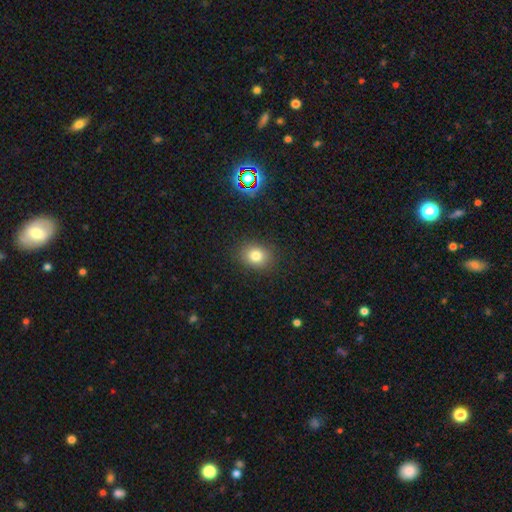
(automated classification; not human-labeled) This appears to be a smooth galaxy with no disk features (79%) that is round (53%). Merging: none (87%).